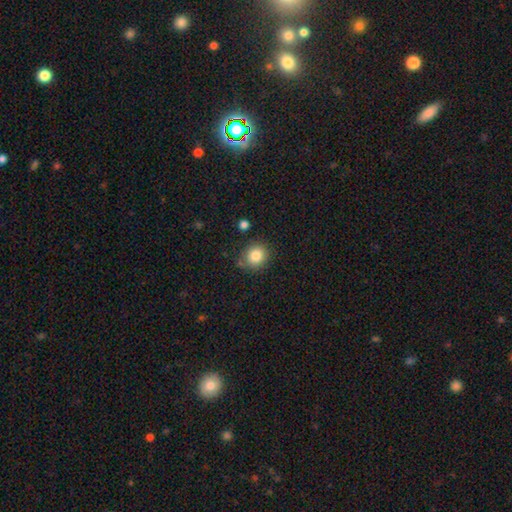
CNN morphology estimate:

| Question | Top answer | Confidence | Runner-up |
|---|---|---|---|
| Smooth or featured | smooth | 83% | star or artifact (10%) |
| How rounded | round | 79% | in between (21%) |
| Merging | none | 77% | minor disturbance (14%) |